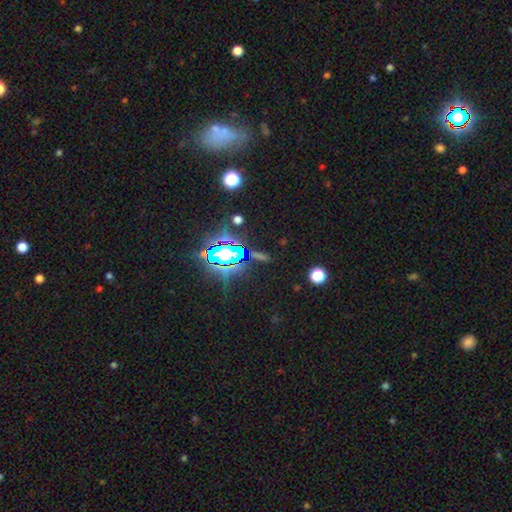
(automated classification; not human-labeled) Smooth or featured? star or artifact (74%)